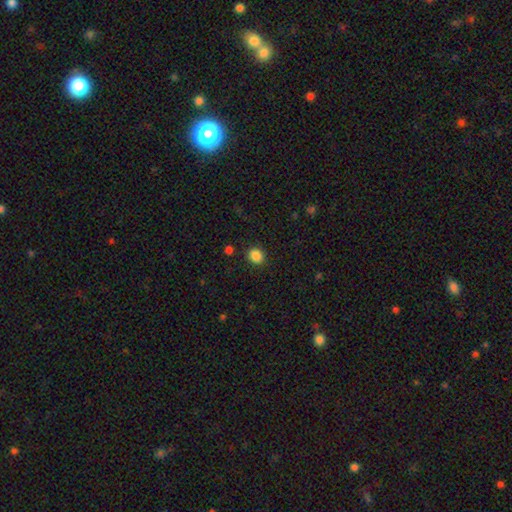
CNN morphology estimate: The model was most divided on "how rounded": round: 71%, in between: 28%, cigar-shaped: 1%. More confident: merging — none (90%); smooth or featured — smooth (86%).